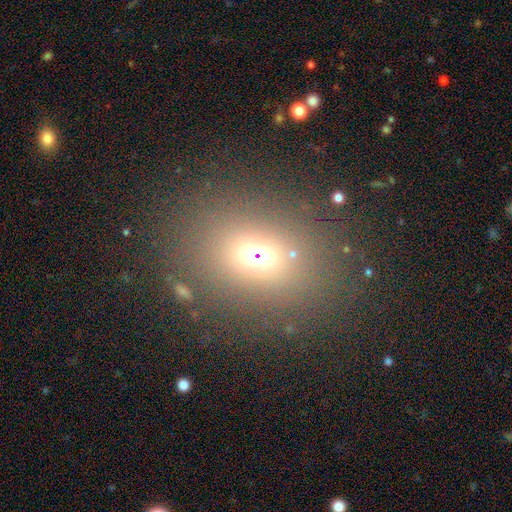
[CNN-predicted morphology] type=smooth (63%); roundness=round (50%); merging=none (79%).